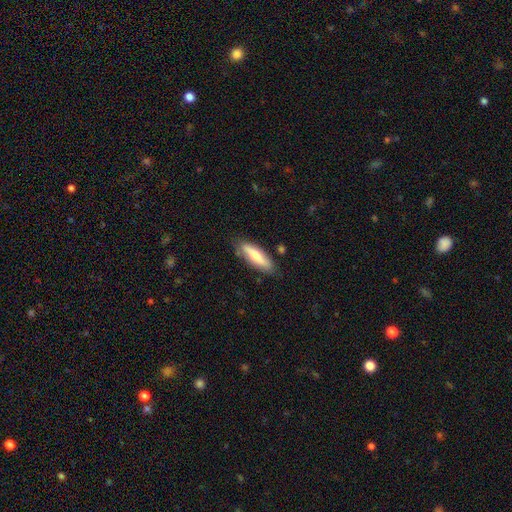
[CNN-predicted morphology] Smooth or featured? Predicted: smooth (p=0.62). How rounded? Predicted: cigar-shaped (p=0.61). Merging? Predicted: none (p=0.79).